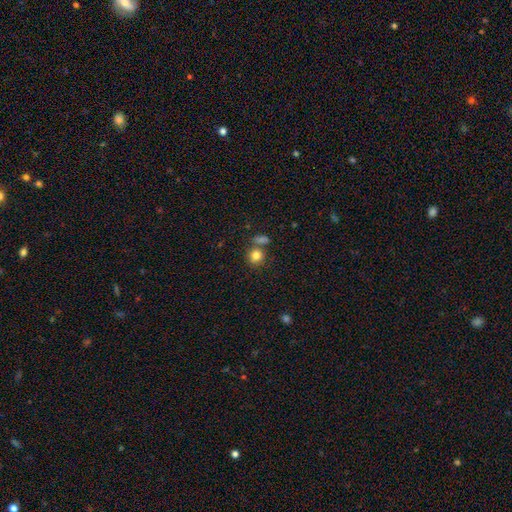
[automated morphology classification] Smooth or featured?
  - smooth: 82% *
  - star or artifact: 11%
  - featured or disk: 7%
How rounded?
  - round: 83% *
  - in between: 16%
  - cigar-shaped: 1%
Merging?
  - none: 65% *
  - merger: 20%
  - minor disturbance: 11%
  - major disturbance: 4%